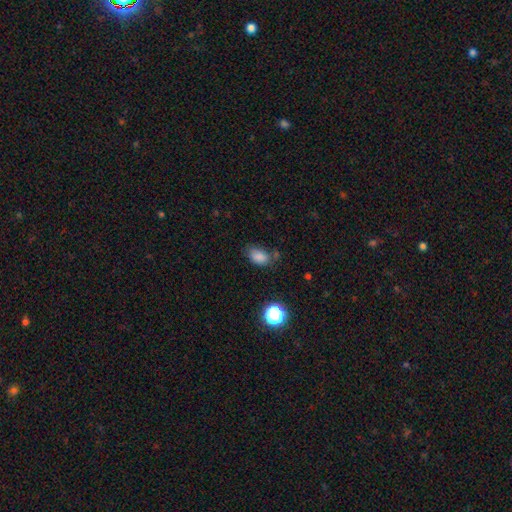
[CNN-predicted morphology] Smooth or featured? Predicted: smooth (p=0.66). How rounded? Predicted: in between (p=0.75). Merging? Predicted: none (p=0.75).